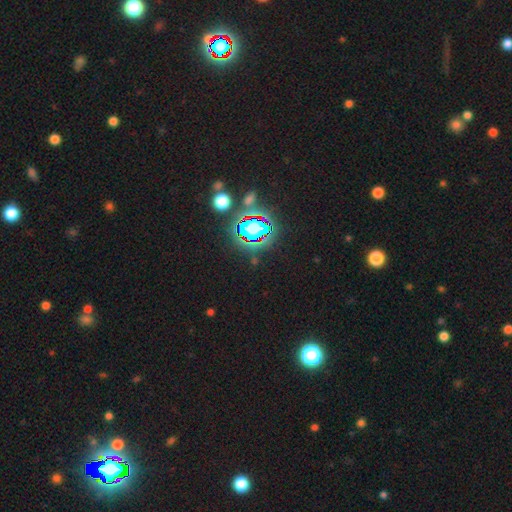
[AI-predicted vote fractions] This is clearly a star or artifact rather than a galaxy (83%).